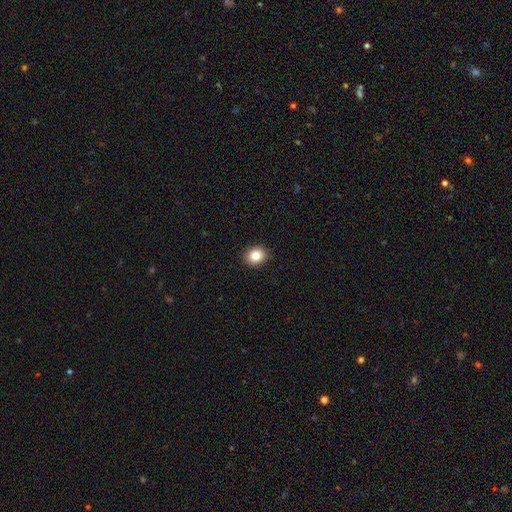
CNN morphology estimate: Smooth or featured: smooth — 84% (star or artifact — 10%)
How rounded: round — 67% (in between — 32%)
Merging: none — 92% (minor disturbance — 6%)